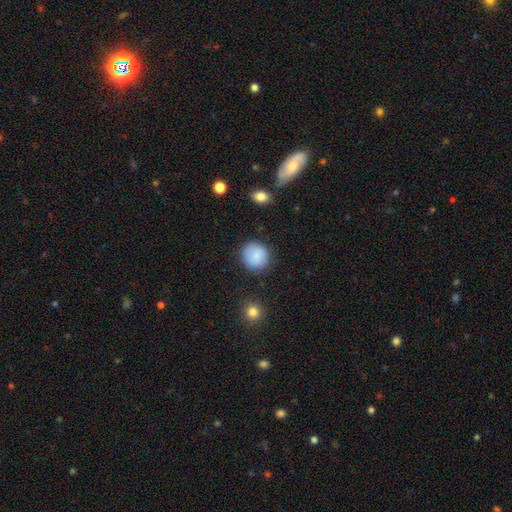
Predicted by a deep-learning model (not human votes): smooth 86%, star or artifact 7%, featured or disk 6%. Down the decision tree: how rounded — round (91%); merging — none (87%).